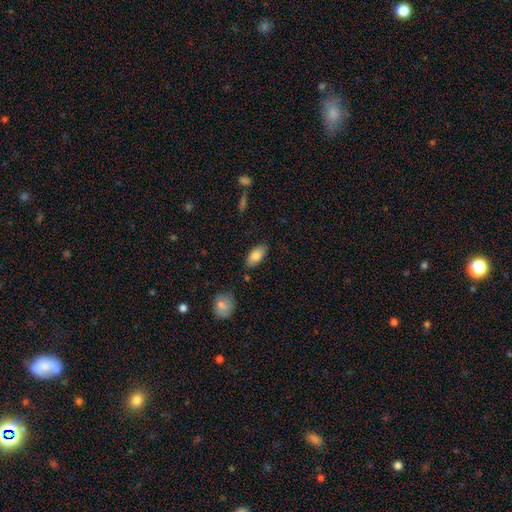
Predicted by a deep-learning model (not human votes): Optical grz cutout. It shows a smooth galaxy with no disk features (84%) that is in between round and cigar-shaped (92%). Merging: none (83%).